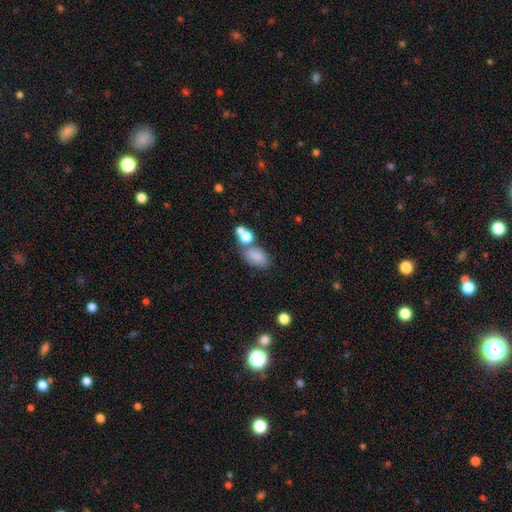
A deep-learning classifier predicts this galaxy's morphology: This appears to be a smooth galaxy with no disk features (79%) that is in between round and cigar-shaped (86%). Merging: none (52%).